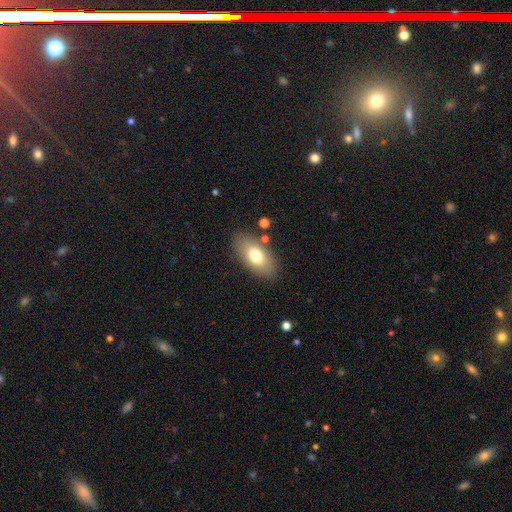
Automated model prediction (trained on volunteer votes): A smooth galaxy with no disk features (74%) that is in between round and cigar-shaped (91%).

Vote fractions:
- Smooth or featured? smooth: 74% / featured or disk: 18% / star or artifact: 7%
- How rounded? in between: 91% / cigar-shaped: 5% / round: 4%
- Merging? none: 81% / minor disturbance: 12% / merger: 4% / major disturbance: 3%